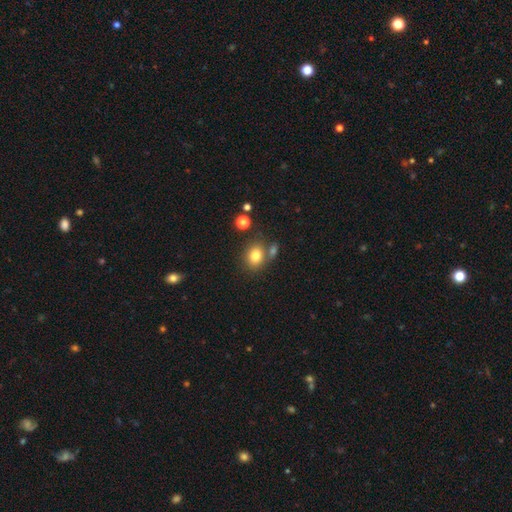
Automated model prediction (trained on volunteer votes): smooth_or_featured: smooth (p=0.79) [alt: star or artifact p=0.12]
how_rounded: round (p=0.58) [alt: in between p=0.41]
merging: none (p=0.64) [alt: merger p=0.19]